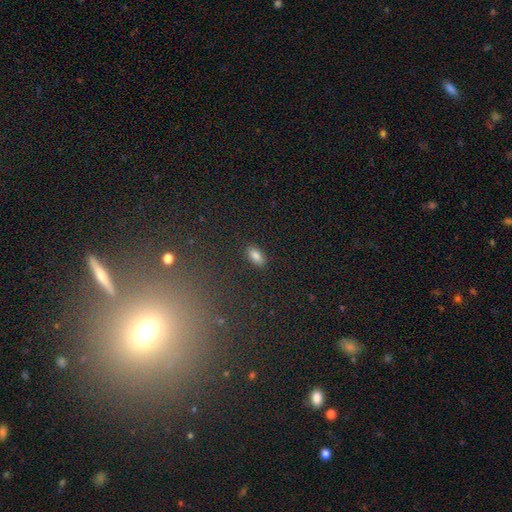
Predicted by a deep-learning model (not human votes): Q: Smooth or featured?
A: smooth (83%); runner-up: star or artifact (11%)
Q: How rounded?
A: in between (92%); runner-up: cigar-shaped (5%)
Q: Merging?
A: none (88%); runner-up: minor disturbance (8%)